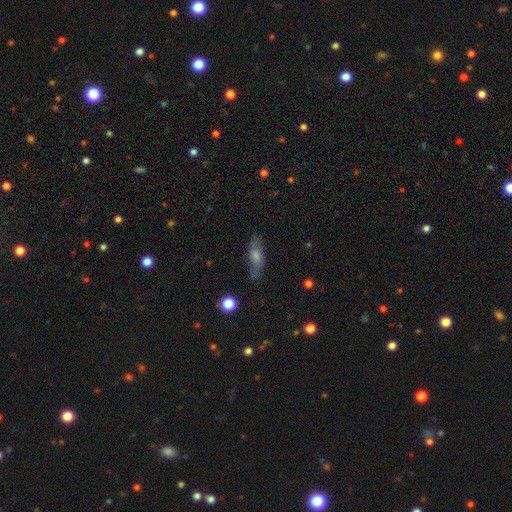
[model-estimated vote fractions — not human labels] Overall: smooth (49%; featured or disk 41%). Merging: none (80%).